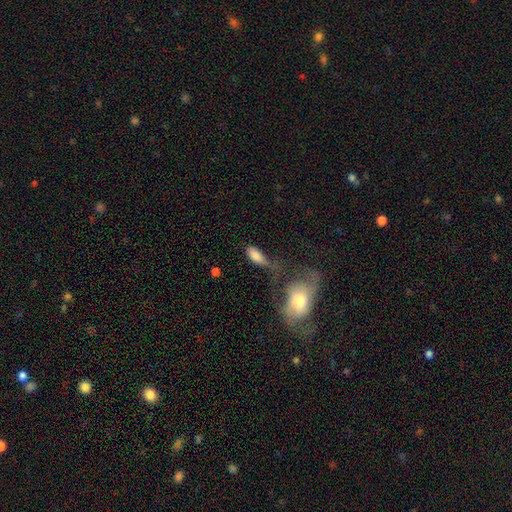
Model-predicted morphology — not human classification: The model was most divided on "merging": none: 36%, minor disturbance: 22%, merger: 22%, major disturbance: 20%. More confident: how rounded — in between (81%); smooth or featured — smooth (80%).